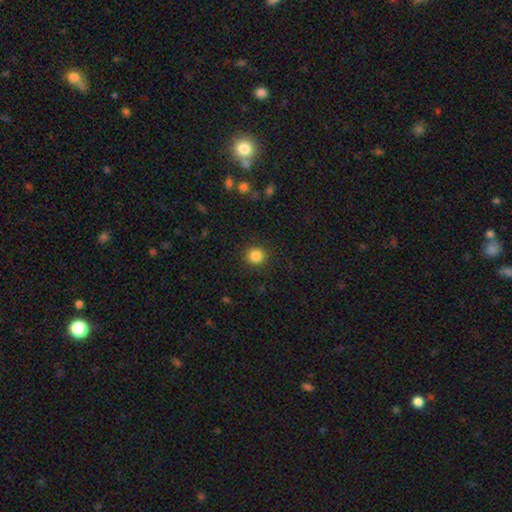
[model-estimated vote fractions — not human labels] Smooth or featured? smooth (85%)
How rounded? round (92%)
Merging? none (90%)